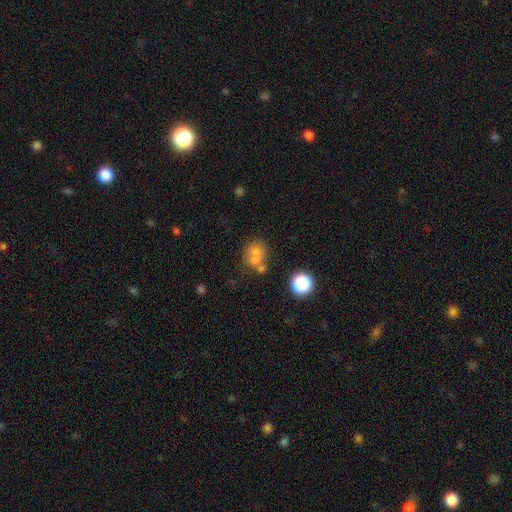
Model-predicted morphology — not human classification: Q: Smooth or featured?
A: smooth (62%); runner-up: featured or disk (22%)
Q: How rounded?
A: round (72%); runner-up: in between (27%)
Q: Merging?
A: merger (50%); runner-up: none (36%)